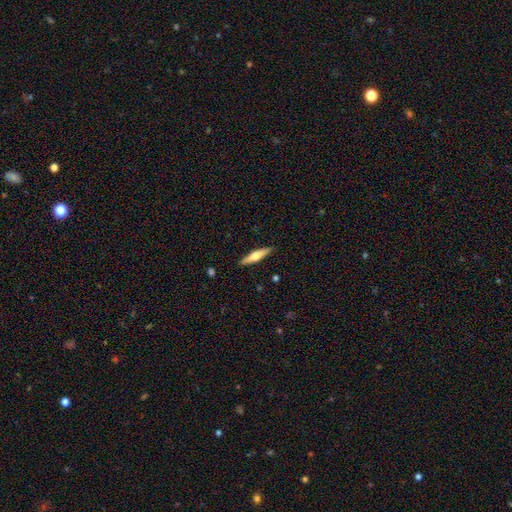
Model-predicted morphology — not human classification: type=smooth (48%); merging=none (90%).